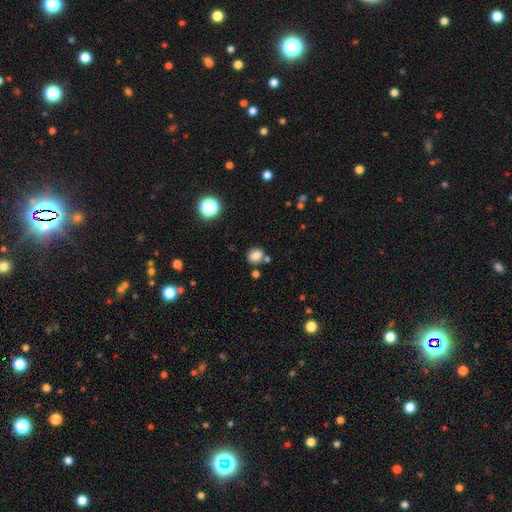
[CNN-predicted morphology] A smooth galaxy with no disk features (80%) that is round (67%).

Vote fractions:
- Smooth or featured? smooth: 80% / star or artifact: 13% / featured or disk: 7%
- How rounded? round: 67% / in between: 32% / cigar-shaped: 1%
- Merging? none: 74% / minor disturbance: 12% / merger: 11% / major disturbance: 3%